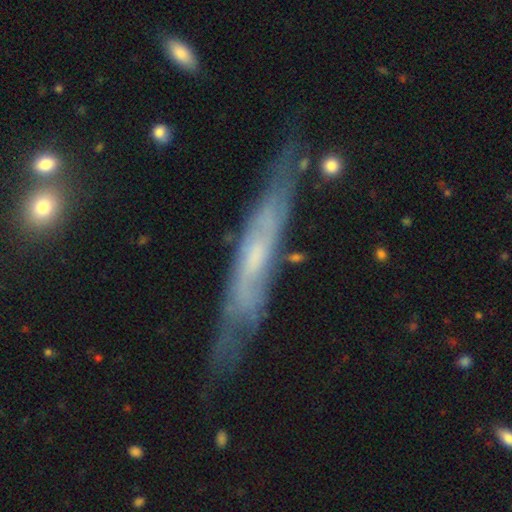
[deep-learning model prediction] A featured or disk galaxy (71%) viewed edge-on (66%).

Vote fractions:
- Smooth or featured? featured or disk: 71% / smooth: 22% / star or artifact: 7%
- Edge-on disk? yes: 66% / no: 34%
- Merging? none: 71% / minor disturbance: 21% / major disturbance: 6% / merger: 3%